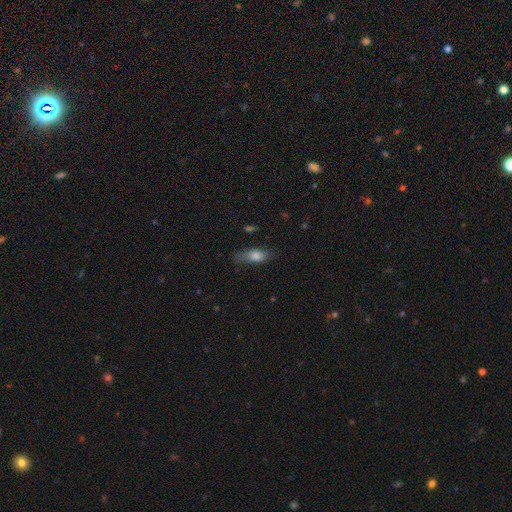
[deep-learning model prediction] A smooth galaxy with no disk features (76%) that is in between round and cigar-shaped (73%).

Vote fractions:
- Smooth or featured? smooth: 76% / featured or disk: 16% / star or artifact: 8%
- How rounded? in between: 73% / cigar-shaped: 23% / round: 4%
- Merging? none: 63% / minor disturbance: 26% / major disturbance: 9% / merger: 2%